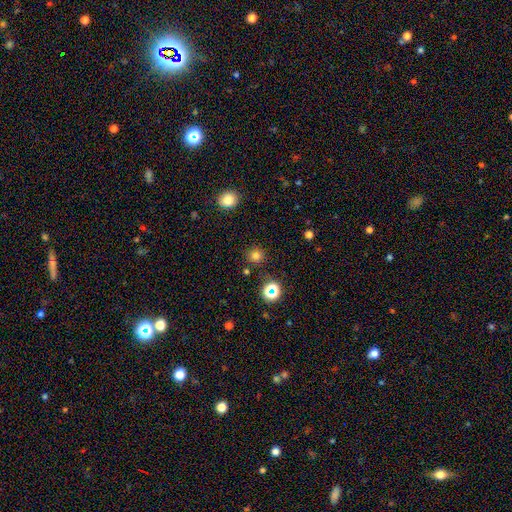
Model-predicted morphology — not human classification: type=smooth (75%); roundness=round (92%); merging=none (87%).